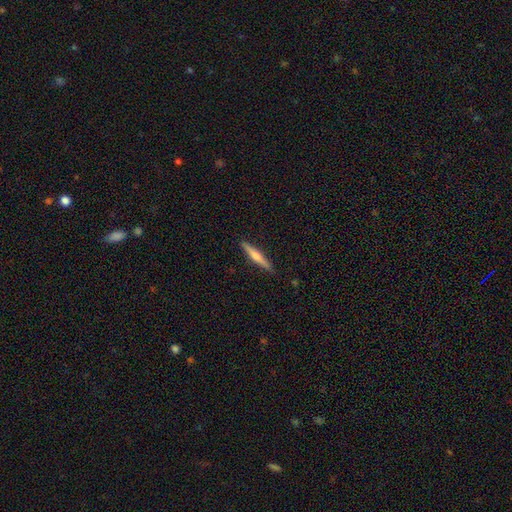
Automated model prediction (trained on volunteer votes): This is possibly a featured or disk galaxy (57%). It is clearly viewed edge-on (98%). Edge-on bulge: likely rounded (79%). Merging: clearly none (91%).